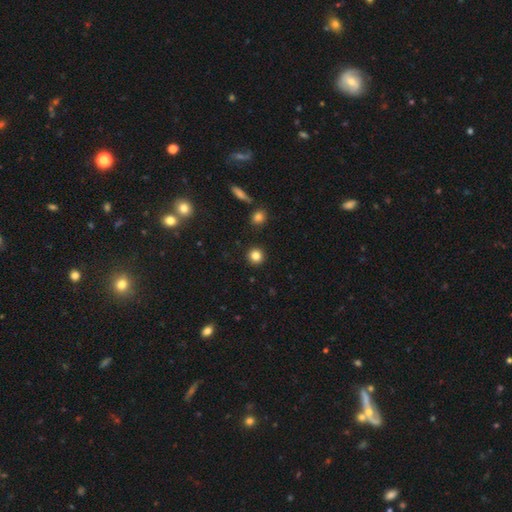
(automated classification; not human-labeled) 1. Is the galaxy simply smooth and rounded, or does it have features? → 83% smooth, 12% star or artifact, 5% featured or disk.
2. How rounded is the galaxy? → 93% round, 6% in between, 1% cigar-shaped.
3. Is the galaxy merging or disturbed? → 92% none, 5% minor disturbance, 2% major disturbance, 2% merger.